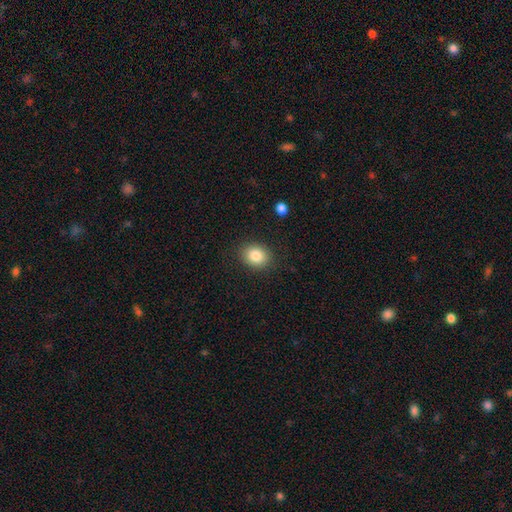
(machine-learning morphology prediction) Smooth or featured? Predicted: smooth (p=0.85). How rounded? Predicted: round (p=0.61). Merging? Predicted: none (p=0.88).